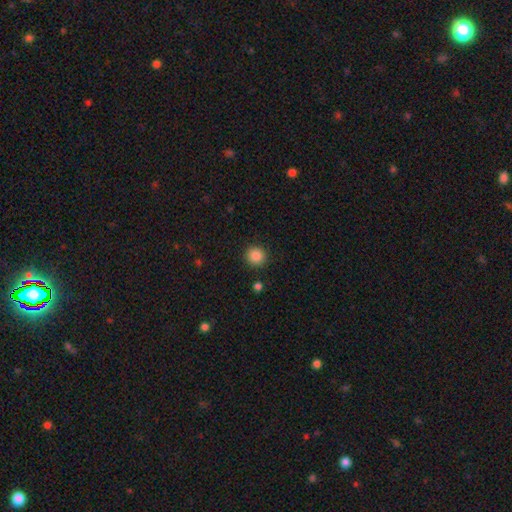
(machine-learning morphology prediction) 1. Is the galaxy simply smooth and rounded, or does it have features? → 87% smooth, 10% star or artifact, 3% featured or disk.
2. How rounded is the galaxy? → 92% round, 7% in between, 1% cigar-shaped.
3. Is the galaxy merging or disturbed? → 91% none, 6% minor disturbance, 2% major disturbance, 1% merger.